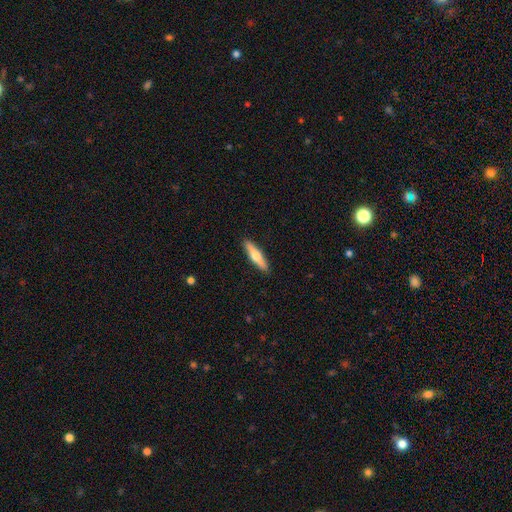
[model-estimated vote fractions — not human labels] Smooth or featured?
  - smooth: 50% *
  - featured or disk: 45%
  - star or artifact: 5%
Merging?
  - none: 91% *
  - minor disturbance: 7%
  - major disturbance: 1%
  - merger: 1%